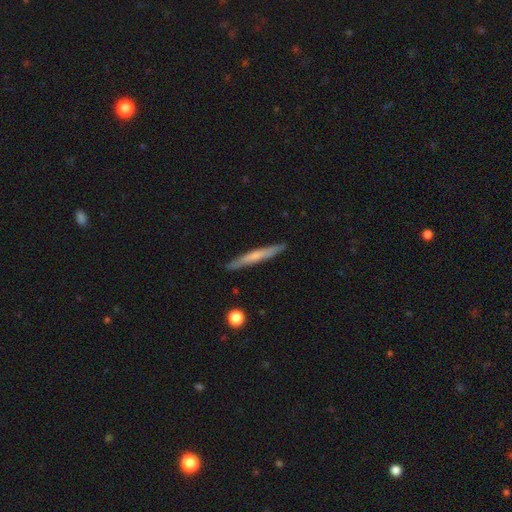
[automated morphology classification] The model was most divided on "smooth or featured": smooth: 50%, featured or disk: 44%, star or artifact: 6%. More confident: merging — none (90%).